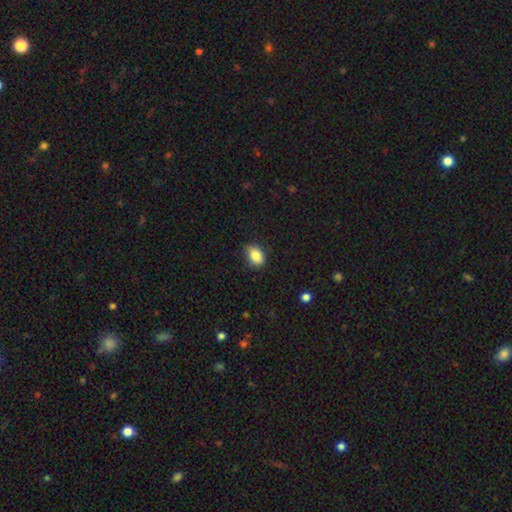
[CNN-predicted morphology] type=smooth (85%); roundness=in between (80%); merging=none (77%).